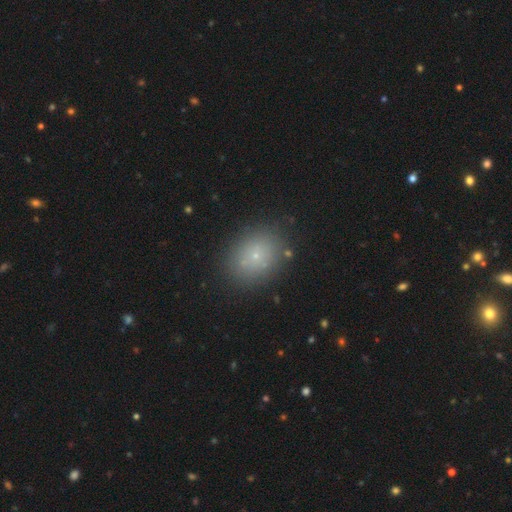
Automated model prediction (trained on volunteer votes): Morphology: type=smooth (70%); roundness=in between (53%); merging=none (84%).